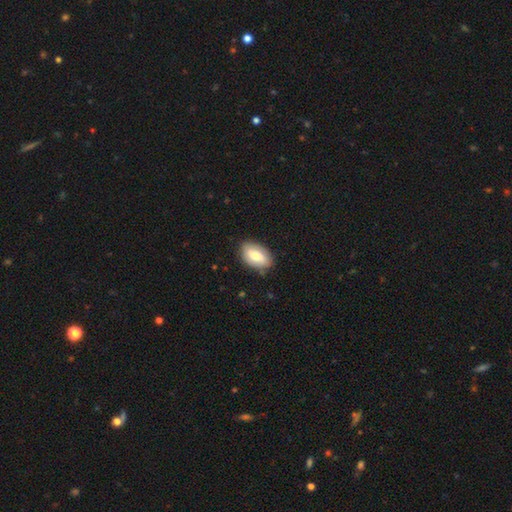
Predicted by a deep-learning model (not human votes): A smooth galaxy with no disk features (71%) that is in between round and cigar-shaped (91%). Merging: none (82%).